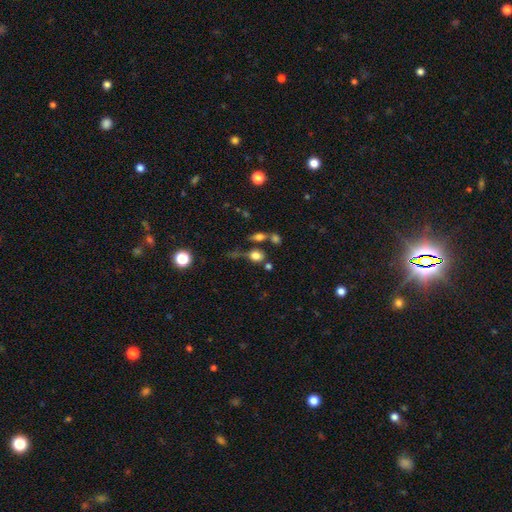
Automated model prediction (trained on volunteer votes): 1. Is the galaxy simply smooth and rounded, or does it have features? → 74% smooth, 14% star or artifact, 12% featured or disk.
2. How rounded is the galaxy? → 51% in between, 45% round, 4% cigar-shaped.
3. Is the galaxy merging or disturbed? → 48% none, 21% merger, 17% minor disturbance, 14% major disturbance.